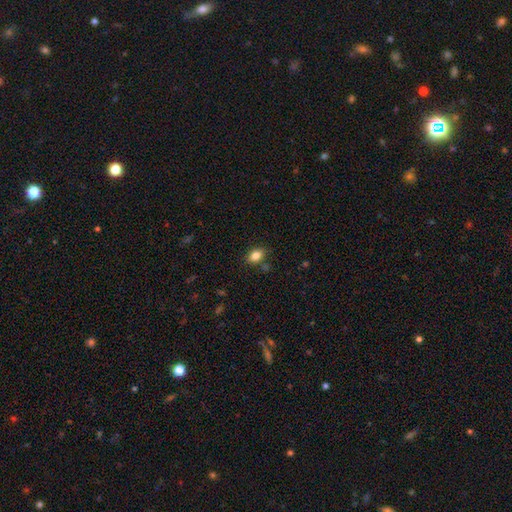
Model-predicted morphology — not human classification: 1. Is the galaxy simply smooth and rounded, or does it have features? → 83% smooth, 10% star or artifact, 7% featured or disk.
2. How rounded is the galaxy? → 80% in between, 19% round, 2% cigar-shaped.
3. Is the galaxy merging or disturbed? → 82% none, 11% minor disturbance, 4% merger, 3% major disturbance.